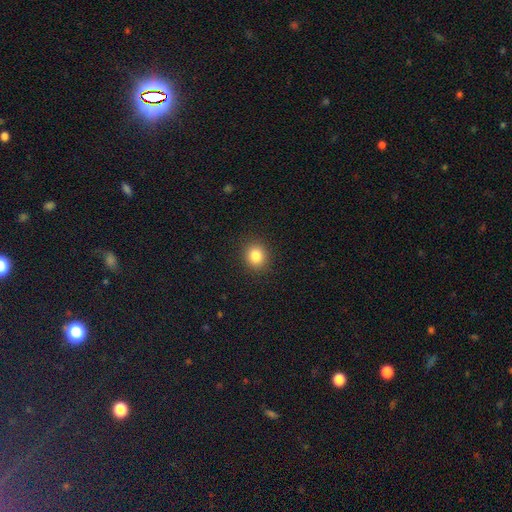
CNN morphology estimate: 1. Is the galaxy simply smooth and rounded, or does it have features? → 84% smooth, 11% star or artifact, 5% featured or disk.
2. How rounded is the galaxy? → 77% round, 22% in between, 1% cigar-shaped.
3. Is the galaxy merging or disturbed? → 91% none, 6% minor disturbance, 2% major disturbance, 1% merger.